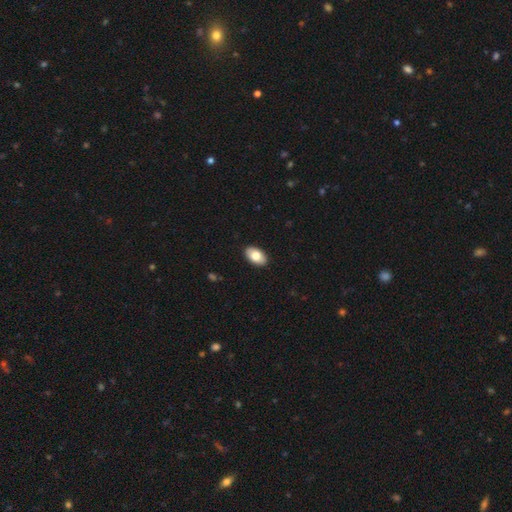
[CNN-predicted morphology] Smooth or featured: smooth — 78% (featured or disk — 16%)
How rounded: in between — 94% (round — 5%)
Merging: none — 90% (minor disturbance — 7%)